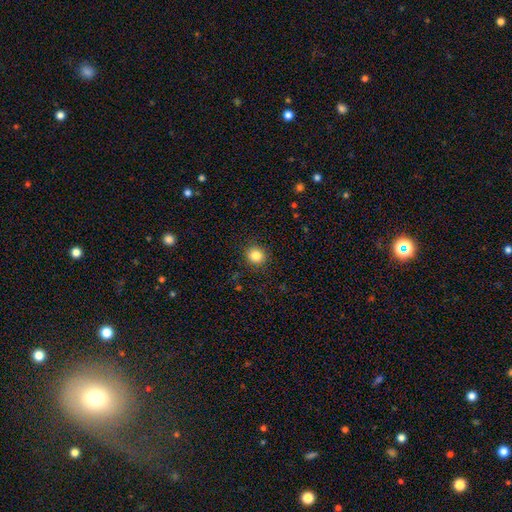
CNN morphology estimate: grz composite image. It shows a smooth galaxy with no disk features (84%) that is round (88%). Merging: none (90%).